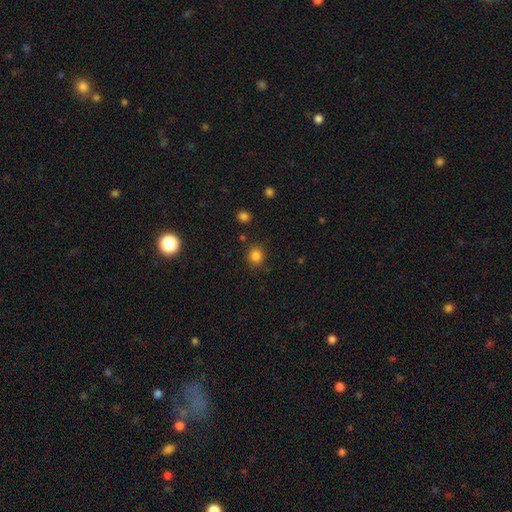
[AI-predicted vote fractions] smooth-or-featured: smooth: 83% | star or artifact: 13% | featured or disk: 4%
  how-rounded: round: 83% | in between: 17% | cigar-shaped: 1%
  merging: none: 84% | minor disturbance: 10% | major disturbance: 3% | merger: 3%